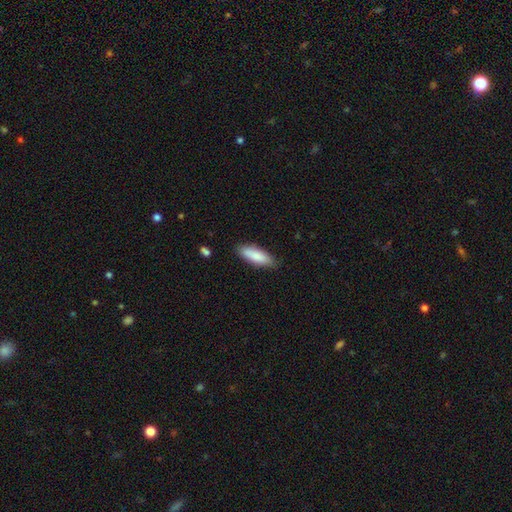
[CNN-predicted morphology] A smooth galaxy with no disk features (84%) that is in between round and cigar-shaped (53%). Merging: none (84%).